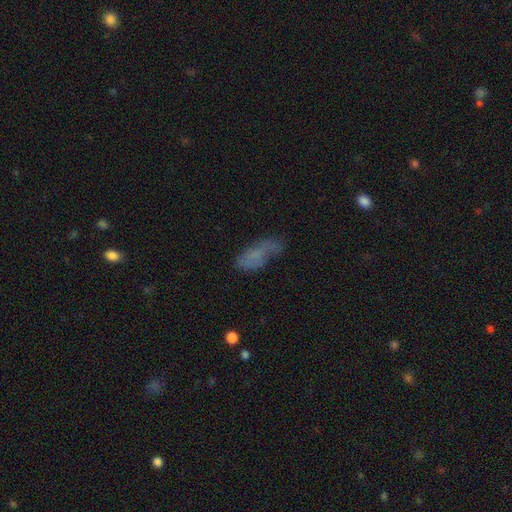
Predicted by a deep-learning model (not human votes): Smooth or featured: smooth — 57% (featured or disk — 30%)
How rounded: in between — 76% (cigar-shaped — 21%)
Merging: none — 47% (minor disturbance — 29%)